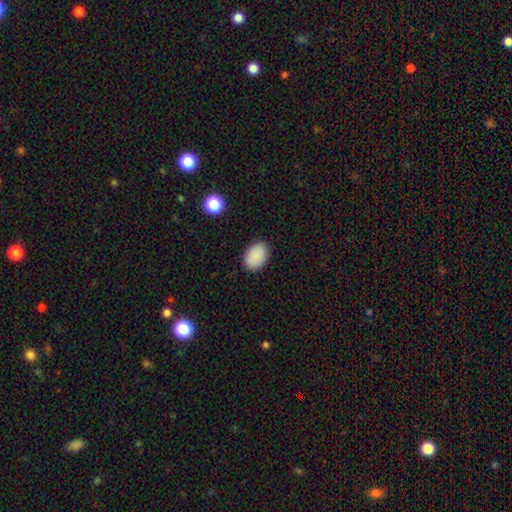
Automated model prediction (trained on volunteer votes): Overall: smooth (90%). How rounded: in between (86%). Merging: none (88%).